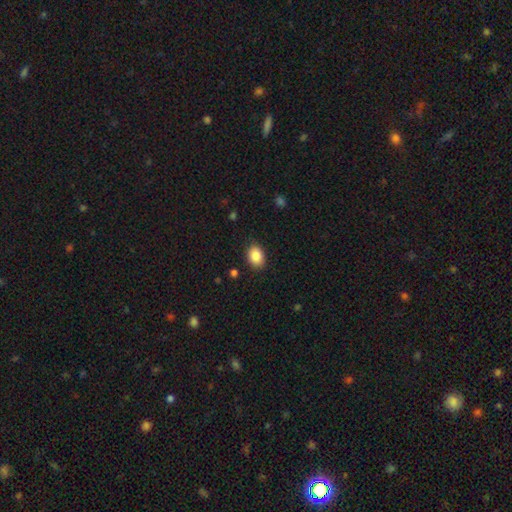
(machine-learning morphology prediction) Smooth or featured: smooth — 87% (star or artifact — 8%)
How rounded: in between — 72% (round — 27%)
Merging: none — 87% (minor disturbance — 9%)